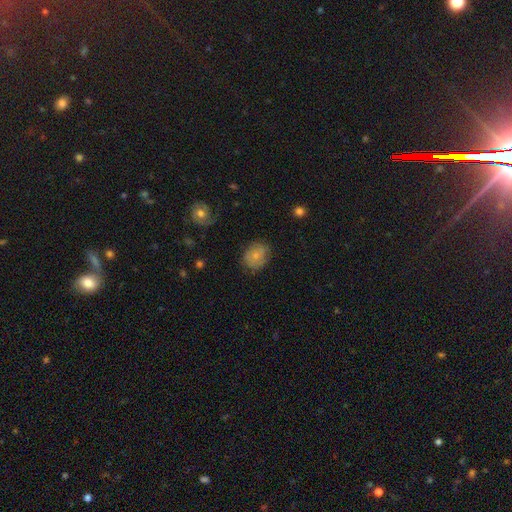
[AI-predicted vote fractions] Morphology: type=smooth (73%); roundness=round (58%); merging=none (69%).